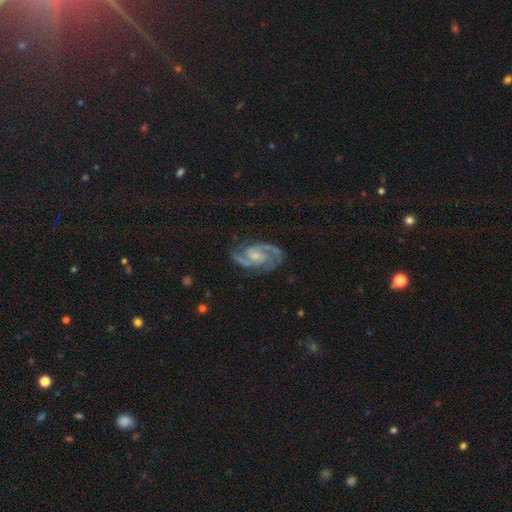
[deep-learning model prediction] A featured or disk galaxy (91%) with a weak bar (47%), 2 (86%) medium (57%) spiral arms (98%) and a small central bulge (56%).

Vote fractions:
- Smooth or featured? featured or disk: 91% / star or artifact: 5% / smooth: 4%
- Edge-on disk? no: 98% / yes: 2%
- Bar? weak: 47% / no: 41% / strong: 12%
- Spiral arms? yes: 98% / no: 2%
- Spiral winding? medium: 57% / tight: 32% / loose: 11%
- Spiral arm count? 2: 86% / 3: 6% / can't tell: 3% / 1: 2% / 4: 2% / more than 4: 2%
- Bulge size? small: 56% / moderate: 32% / none: 8% / large: 2% / dominant: 1%
- Merging? none: 76% / minor disturbance: 16% / major disturbance: 6% / merger: 2%